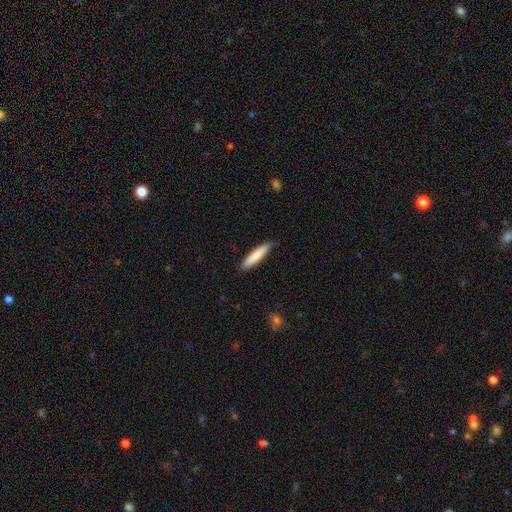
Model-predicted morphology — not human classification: Smooth or featured?
  - smooth: 81% *
  - featured or disk: 14%
  - star or artifact: 5%
How rounded?
  - cigar-shaped: 88% *
  - in between: 11%
  - round: 1%
Merging?
  - none: 89% *
  - minor disturbance: 9%
  - major disturbance: 2%
  - merger: 1%